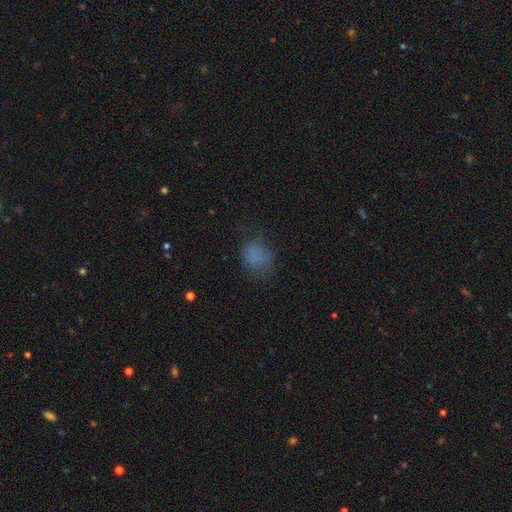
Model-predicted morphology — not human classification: Smooth or featured: smooth — 73% (star or artifact — 16%)
How rounded: in between — 51% (round — 48%)
Merging: none — 59% (minor disturbance — 24%)